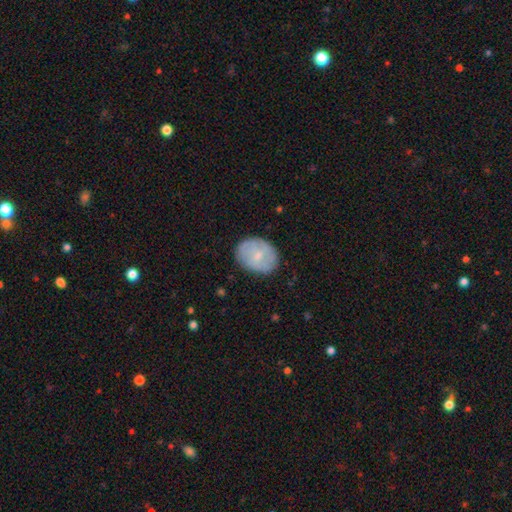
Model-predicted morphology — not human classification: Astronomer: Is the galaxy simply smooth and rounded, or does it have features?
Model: smooth — 62%.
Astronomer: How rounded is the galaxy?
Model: in between — 57% (runner-up: round, 42%).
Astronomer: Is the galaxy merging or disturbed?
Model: none — 80%.